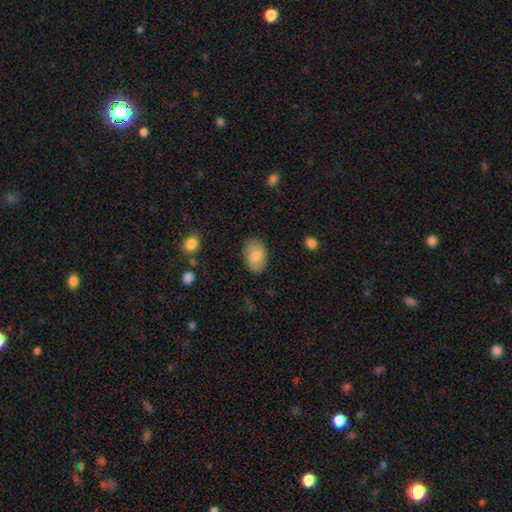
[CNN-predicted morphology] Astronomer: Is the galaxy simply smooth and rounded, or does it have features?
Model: smooth — 81%.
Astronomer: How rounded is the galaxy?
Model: in between — 87%.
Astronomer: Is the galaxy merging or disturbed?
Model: none — 84%.